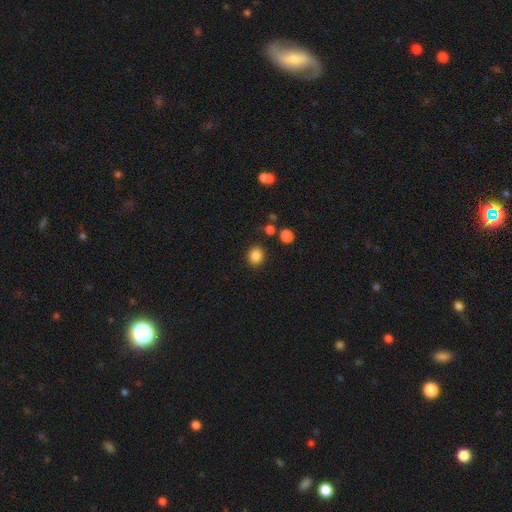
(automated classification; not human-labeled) Smooth or featured?
  - smooth: 85% *
  - star or artifact: 11%
  - featured or disk: 4%
How rounded?
  - round: 71% *
  - in between: 28%
  - cigar-shaped: 1%
Merging?
  - none: 86% *
  - minor disturbance: 8%
  - merger: 3%
  - major disturbance: 3%